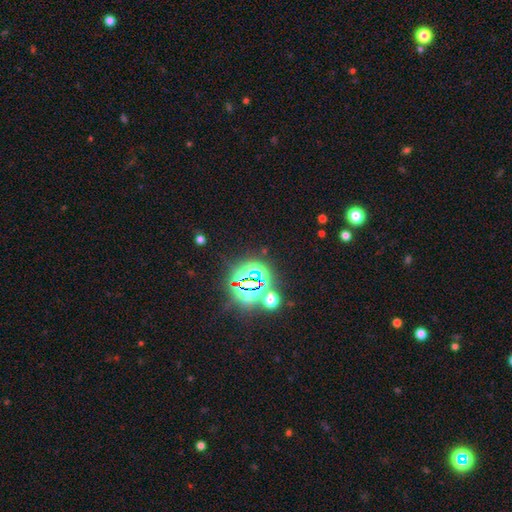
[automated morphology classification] Smooth or featured? star or artifact (83%)